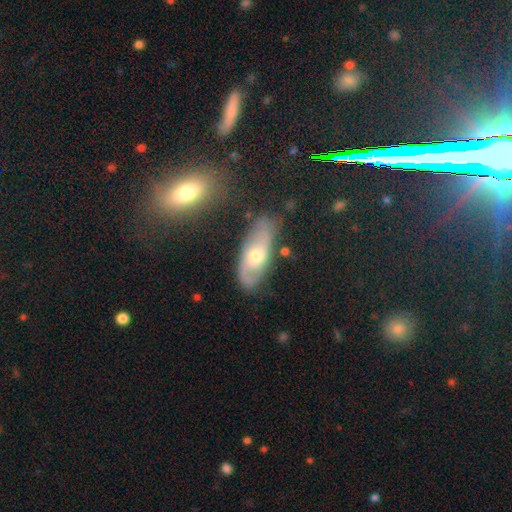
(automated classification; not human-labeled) Overall: featured or disk (64%; smooth 29%). Edge-on disk: no (85%). Bar: no (69%). Spiral arms: yes (79%). Bulge size: moderate (63%; small 31%). Merging: none (72%).